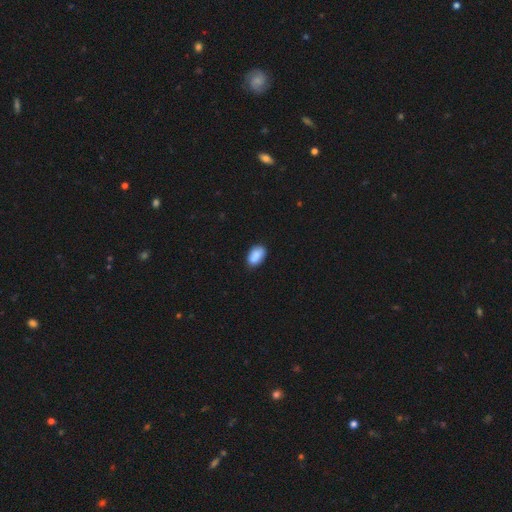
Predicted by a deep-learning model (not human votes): Morphology: type=smooth (88%); roundness=in between (92%); merging=none (82%).